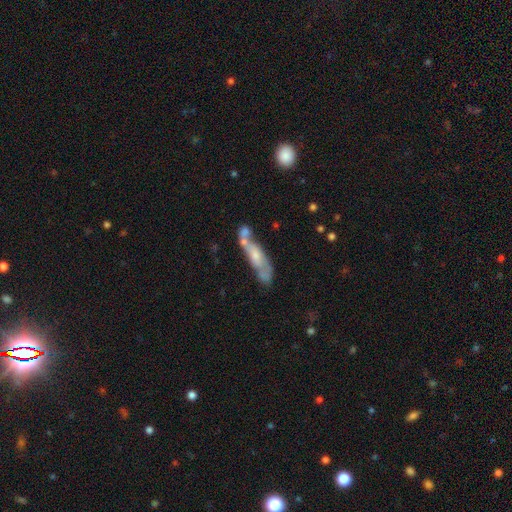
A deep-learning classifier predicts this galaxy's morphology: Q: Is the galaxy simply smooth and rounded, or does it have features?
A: featured or disk — 52%.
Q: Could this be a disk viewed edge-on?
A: no — 64%.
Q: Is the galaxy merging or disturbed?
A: none — 36%.